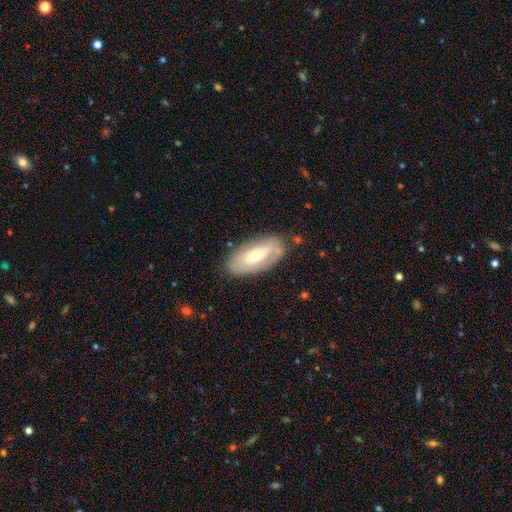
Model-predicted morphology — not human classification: Q: Smooth or featured?
A: featured or disk (49%); runner-up: smooth (45%)
Q: Merging?
A: none (80%); runner-up: minor disturbance (14%)